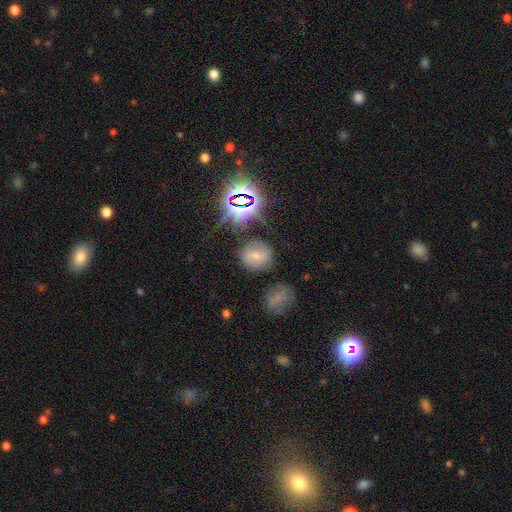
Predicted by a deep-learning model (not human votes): A smooth galaxy with no disk features (49%). Merging: none (74%).